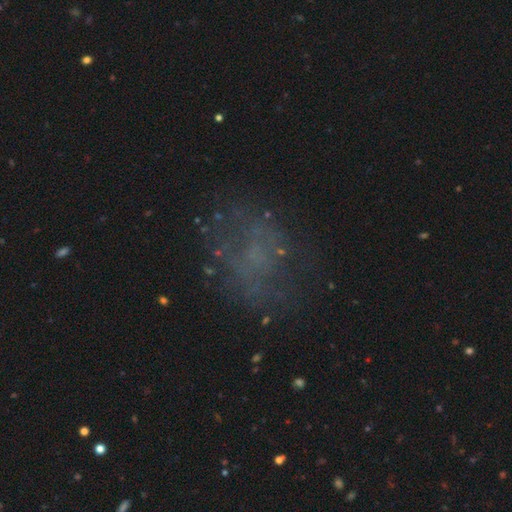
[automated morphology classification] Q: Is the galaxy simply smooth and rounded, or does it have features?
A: featured or disk — 41%.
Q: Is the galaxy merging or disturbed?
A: none — 63%.